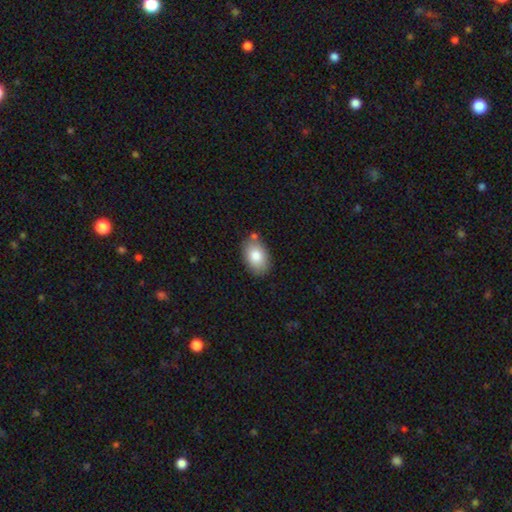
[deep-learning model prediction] This appears to be a smooth galaxy with no disk features (82%) that is in between round and cigar-shaped (88%). Merging: none (77%).